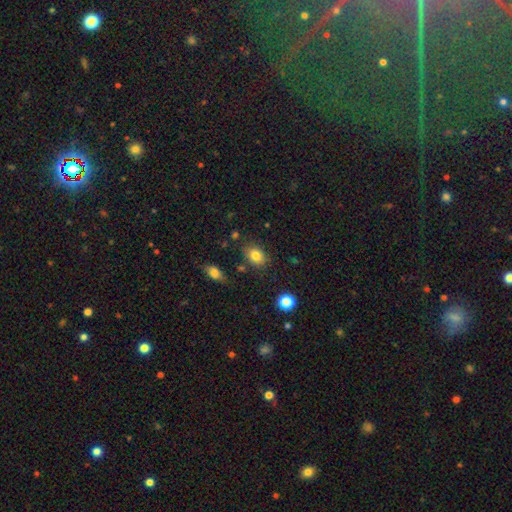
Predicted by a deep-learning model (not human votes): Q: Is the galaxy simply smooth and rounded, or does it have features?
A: smooth — 81%.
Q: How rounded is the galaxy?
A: in between — 76%.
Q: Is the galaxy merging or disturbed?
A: none — 78%.